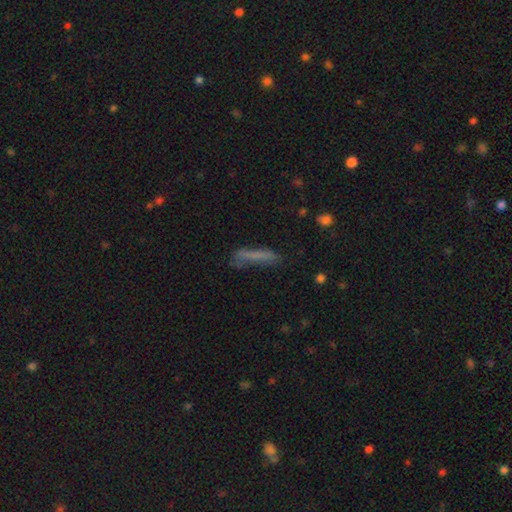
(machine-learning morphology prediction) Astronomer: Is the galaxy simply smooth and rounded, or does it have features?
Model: smooth — 67%.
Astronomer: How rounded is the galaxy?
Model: cigar-shaped — 89%.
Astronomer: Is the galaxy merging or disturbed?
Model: none — 61%.